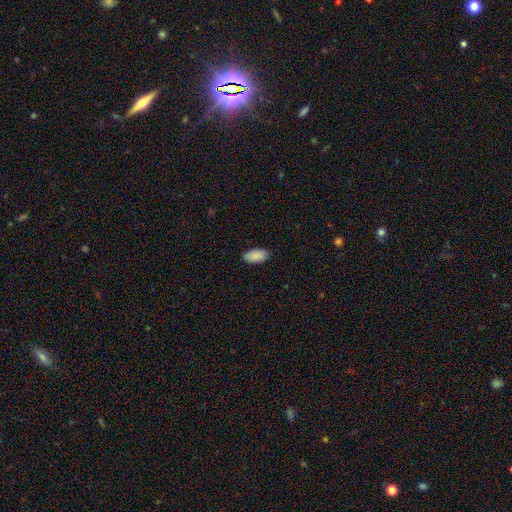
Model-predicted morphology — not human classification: type=smooth (89%); roundness=in between (95%); merging=none (87%).